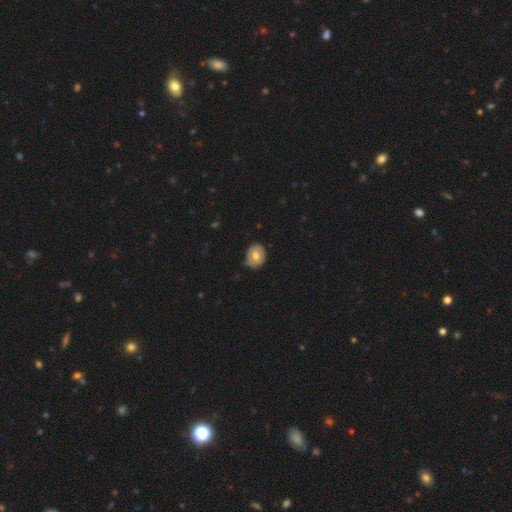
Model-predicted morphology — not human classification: smooth 66%, featured or disk 27%, star or artifact 7%. Down the decision tree: how rounded — round (54%); merging — none (72%).